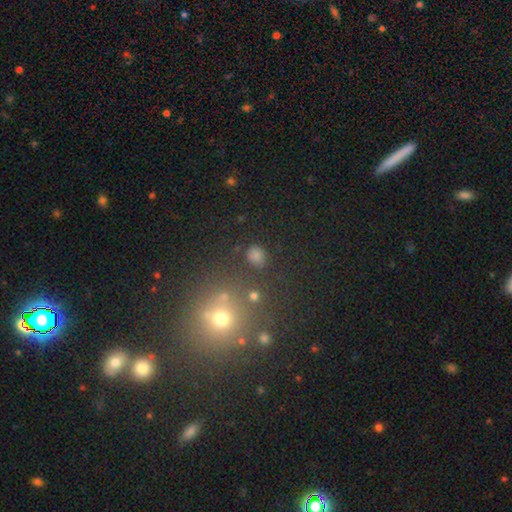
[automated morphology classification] The model was most divided on "how rounded": round: 72%, in between: 27%, cigar-shaped: 1%. More confident: merging — none (83%); smooth or featured — smooth (72%).